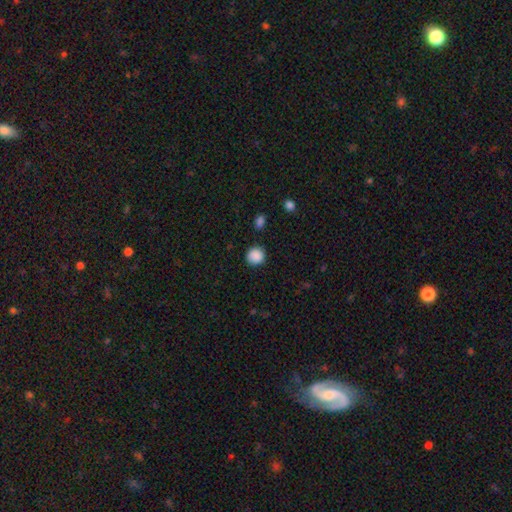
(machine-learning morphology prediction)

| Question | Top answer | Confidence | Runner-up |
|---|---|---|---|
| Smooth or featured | smooth | 89% | star or artifact (9%) |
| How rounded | round | 93% | in between (6%) |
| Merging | none | 89% | minor disturbance (7%) |